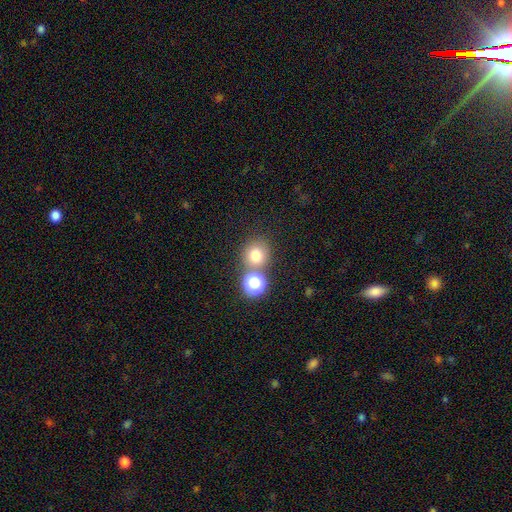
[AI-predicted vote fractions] smooth-or-featured: smooth: 75% | star or artifact: 17% | featured or disk: 8%
  how-rounded: round: 86% | in between: 13% | cigar-shaped: 1%
  merging: none: 67% | merger: 20% | minor disturbance: 9% | major disturbance: 4%